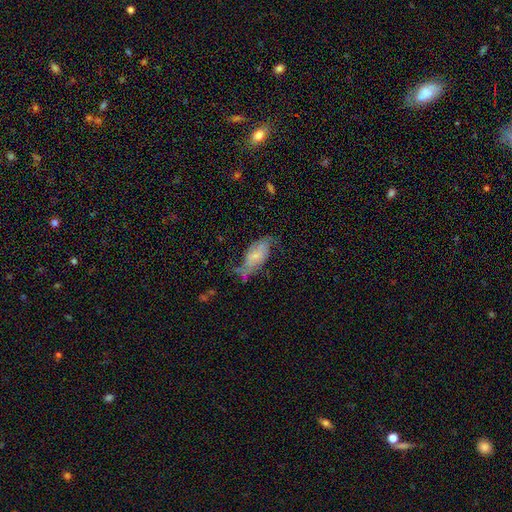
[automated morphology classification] Smooth or featured? Predicted: featured or disk (p=0.52). Edge-on disk? Predicted: no (p=0.89). Merging? Predicted: none (p=0.39).